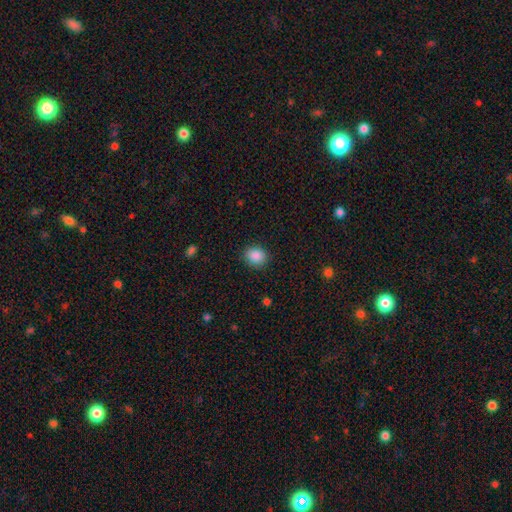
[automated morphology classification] The model was most divided on "how rounded": round: 65%, in between: 34%, cigar-shaped: 1%. More confident: merging — none (88%); smooth or featured — smooth (88%).